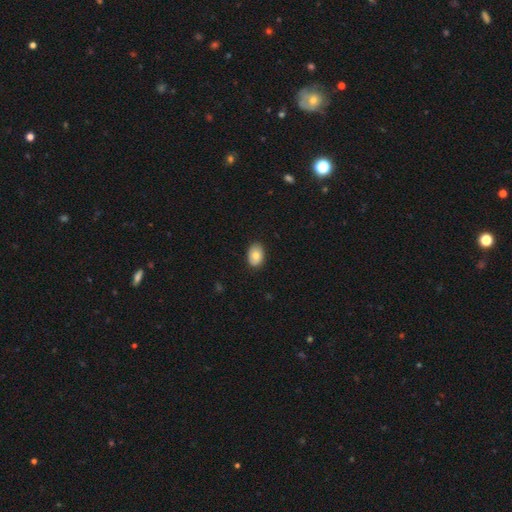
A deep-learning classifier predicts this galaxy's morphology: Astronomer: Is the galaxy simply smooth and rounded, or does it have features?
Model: smooth — 77%.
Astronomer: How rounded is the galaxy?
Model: in between — 84%.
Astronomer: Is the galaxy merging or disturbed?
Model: none — 84%.